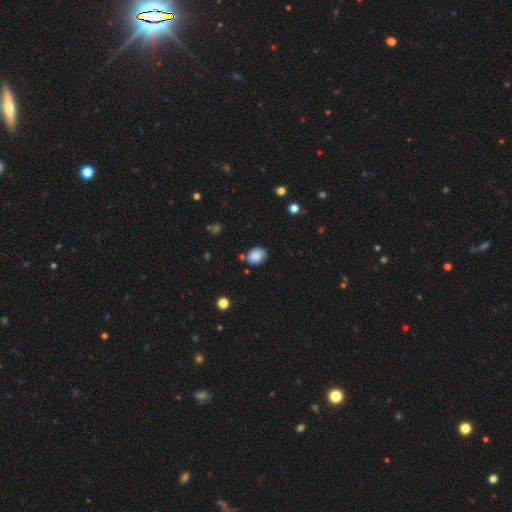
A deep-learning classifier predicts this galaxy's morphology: This appears to be a smooth galaxy with no disk features (85%) that is in between round and cigar-shaped (55%). Merging: none (77%).